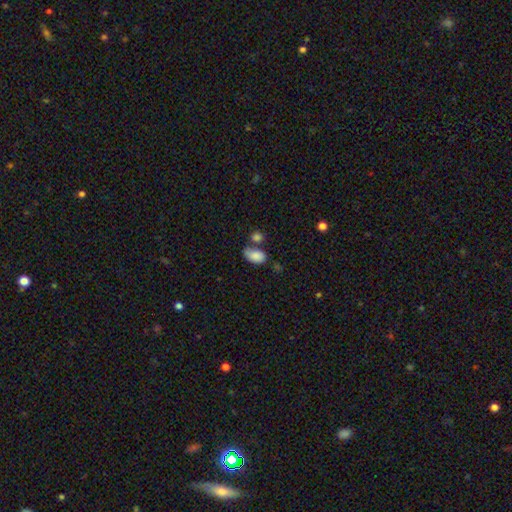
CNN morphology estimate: A smooth galaxy with no disk features (84%) that is in between round and cigar-shaped (91%).

Vote fractions:
- Smooth or featured? smooth: 84% / featured or disk: 8% / star or artifact: 8%
- How rounded? in between: 91% / round: 7% / cigar-shaped: 2%
- Merging? none: 40% / merger: 30% / minor disturbance: 21% / major disturbance: 10%